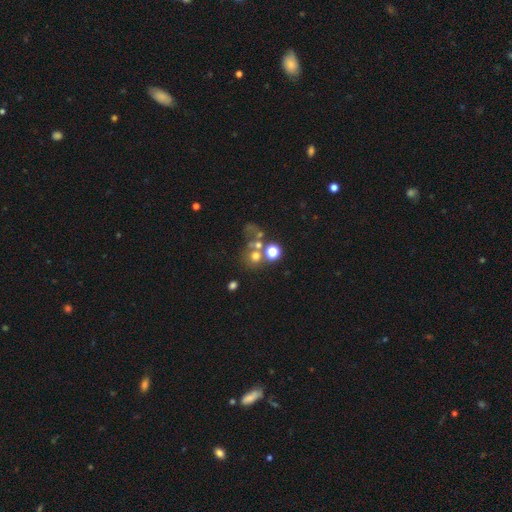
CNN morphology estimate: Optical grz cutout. It shows a smooth galaxy with no disk features (56%) that is round (80%). Merging: none (43%).